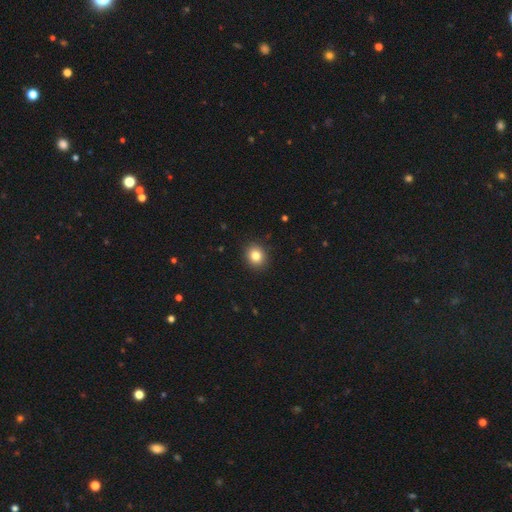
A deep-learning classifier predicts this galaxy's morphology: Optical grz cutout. It shows a smooth galaxy with no disk features (83%) that is round (76%). Merging: none (91%).